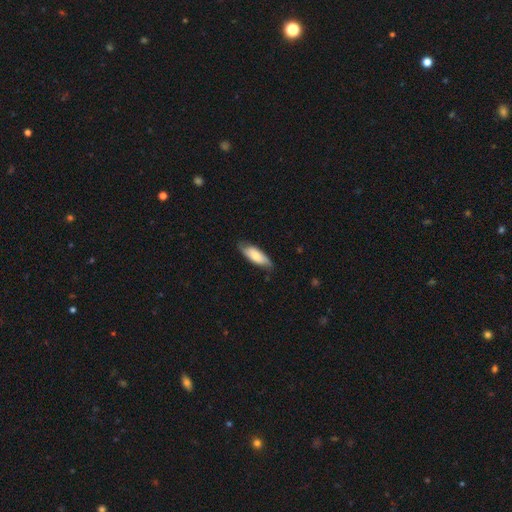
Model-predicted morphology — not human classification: This is possibly a smooth galaxy (60%). How rounded: likely in between (70%). Merging: likely none (72%).